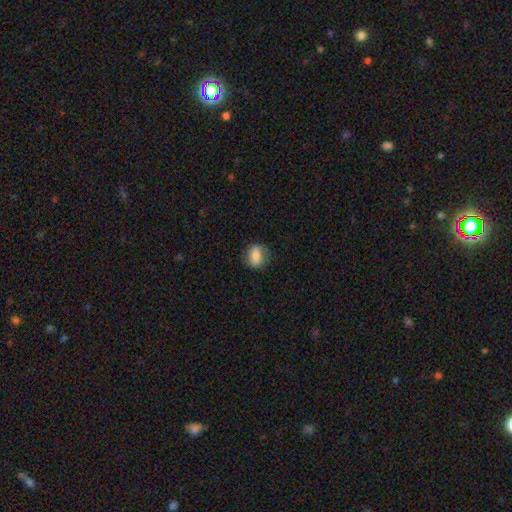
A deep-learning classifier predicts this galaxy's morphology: type=smooth (81%); roundness=in between (61%); merging=none (77%).